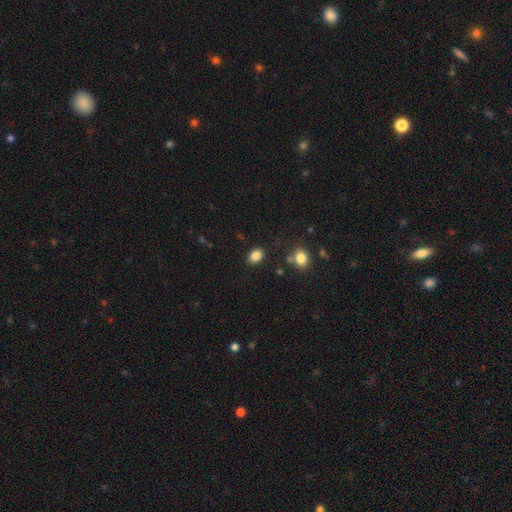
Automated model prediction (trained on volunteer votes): This appears to be a smooth galaxy with no disk features (85%) that is in between round and cigar-shaped (73%). Merging: none (84%).